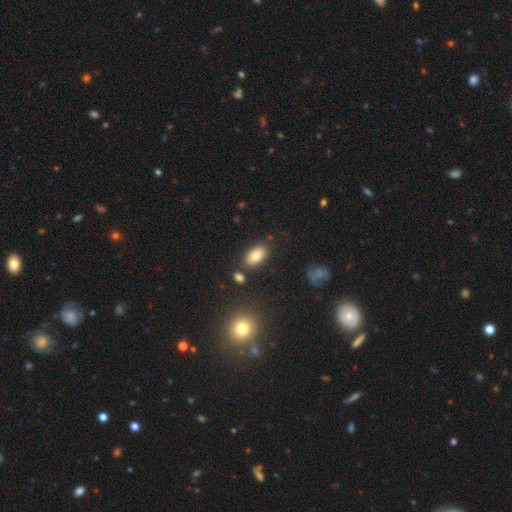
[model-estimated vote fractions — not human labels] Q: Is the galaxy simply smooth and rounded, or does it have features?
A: smooth — 83%.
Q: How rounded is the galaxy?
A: in between — 92%.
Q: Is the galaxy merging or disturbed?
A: none — 81%.